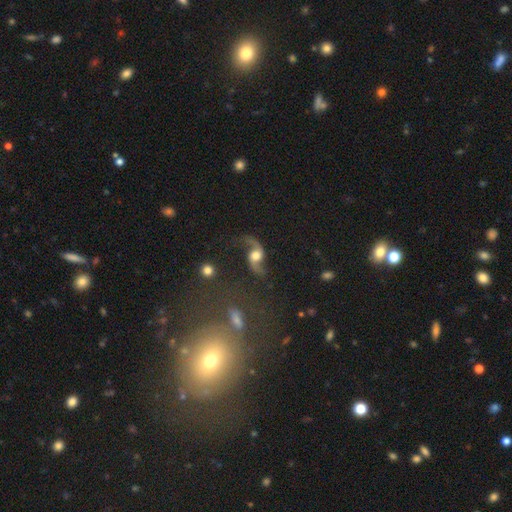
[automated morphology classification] Smooth or featured? featured or disk (87%)
Edge-on disk? no (96%)
Bar? no (66%)
Spiral arms? yes (96%)
Spiral winding? loose (86%)
Spiral arm count? 2 (94%)
Bulge size? moderate (48%)
Merging? none (72%)